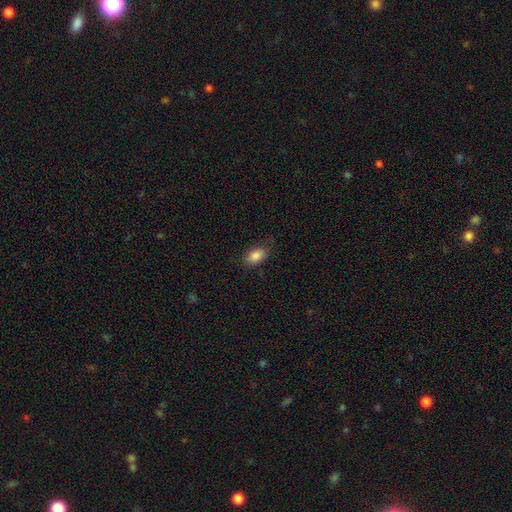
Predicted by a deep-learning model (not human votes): smooth 86%, star or artifact 8%, featured or disk 6%. Down the decision tree: how rounded — in between (91%); merging — none (80%).